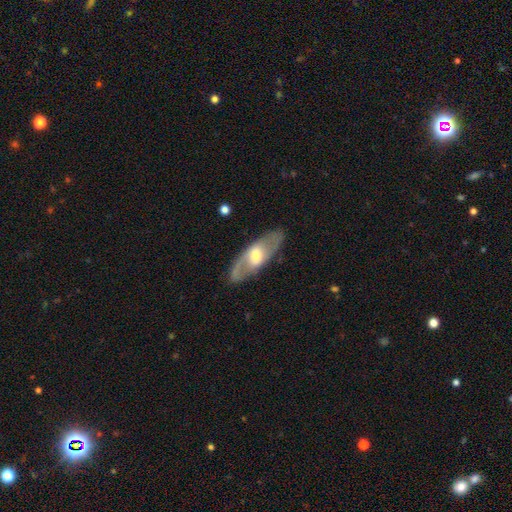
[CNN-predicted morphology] Smooth or featured? Predicted: featured or disk (p=0.69). Edge-on disk? Predicted: no (p=0.81). Bar? Predicted: weak (p=0.42). Spiral arms? Predicted: yes (p=0.67). Bulge size? Predicted: moderate (p=0.60). Merging? Predicted: none (p=0.84).